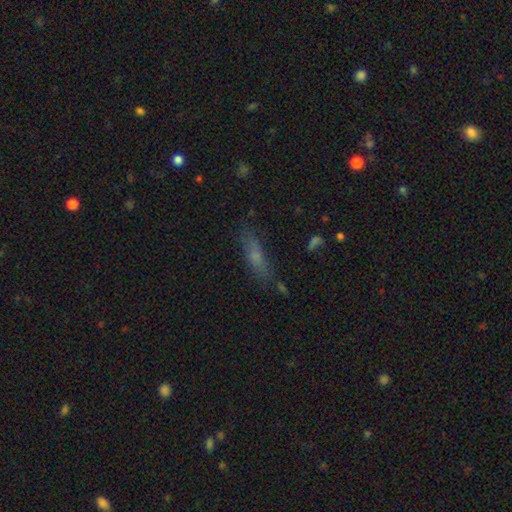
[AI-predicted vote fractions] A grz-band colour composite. It shows a smooth galaxy with no disk features (60%) that is cigar-shaped (67%). Merging: none (77%).